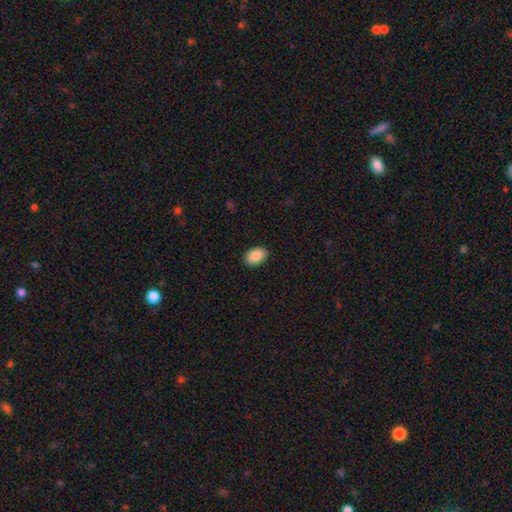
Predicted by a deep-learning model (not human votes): smooth-or-featured: smooth: 90% | star or artifact: 7% | featured or disk: 4%
  how-rounded: in between: 87% | round: 12% | cigar-shaped: 1%
  merging: none: 90% | minor disturbance: 8% | major disturbance: 2% | merger: 1%